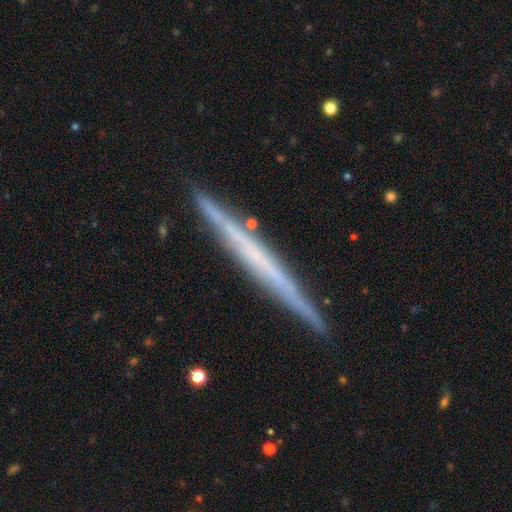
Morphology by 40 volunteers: Smooth or featured: featured or disk — 72% (smooth — 20%)
Edge-on disk: yes — 97% (no — 3%)
Edge-on bulge: none — 93% (rounded — 7%)
Merging: none — 95% (minor disturbance — 5%)